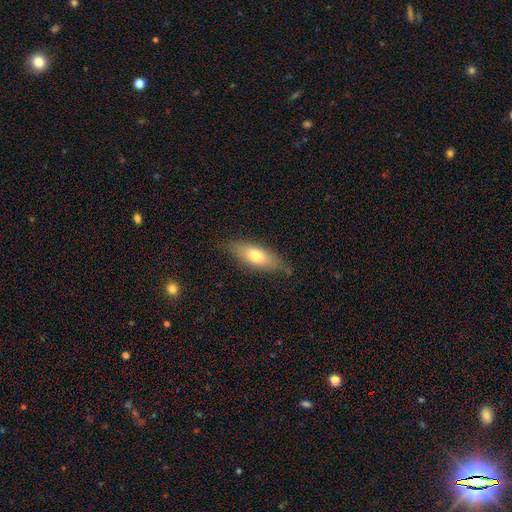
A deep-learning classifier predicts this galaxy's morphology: smooth-or-featured: smooth: 70% | featured or disk: 23% | star or artifact: 7%
  how-rounded: in between: 69% | cigar-shaped: 28% | round: 3%
  merging: none: 77% | minor disturbance: 18% | major disturbance: 4% | merger: 2%